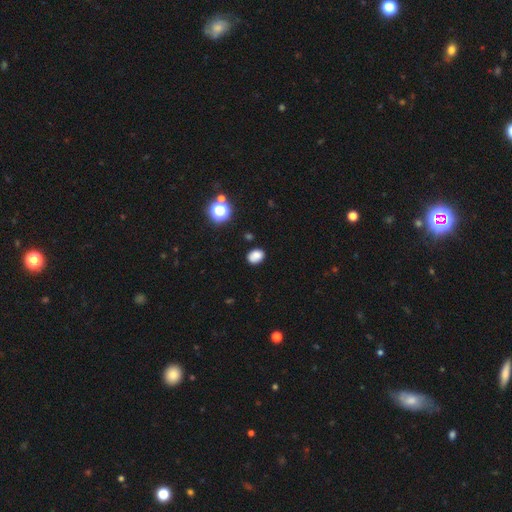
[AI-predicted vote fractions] A smooth galaxy with no disk features (81%) that is in between round and cigar-shaped (60%). Merging: none (80%).